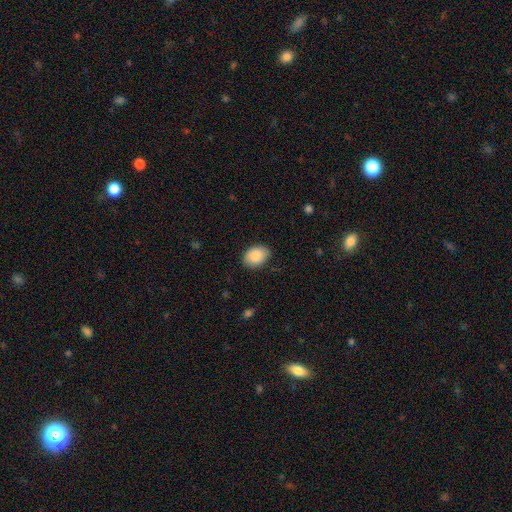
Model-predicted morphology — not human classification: Smooth or featured? smooth (89%)
How rounded? in between (71%)
Merging? none (86%)